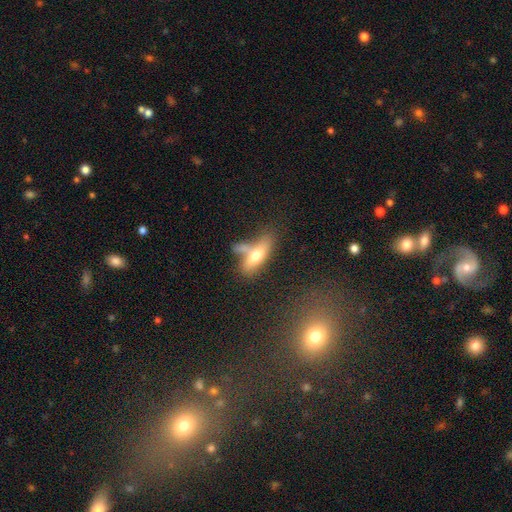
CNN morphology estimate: A smooth galaxy with no disk features (64%) that is in between round and cigar-shaped (60%). Merging: none (41%).